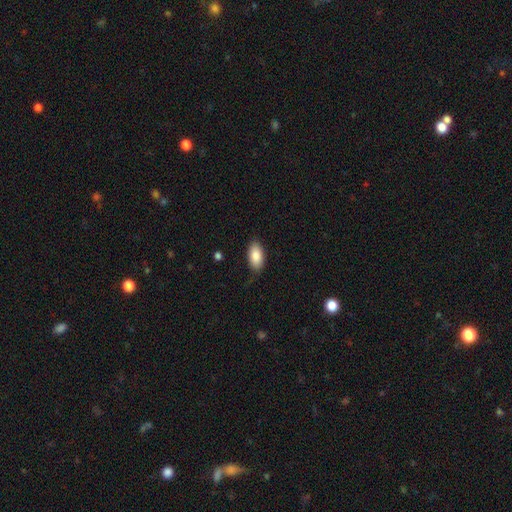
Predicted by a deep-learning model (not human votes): This is clearly a smooth galaxy (85%). How rounded: clearly in between (93%). Merging: clearly none (84%).